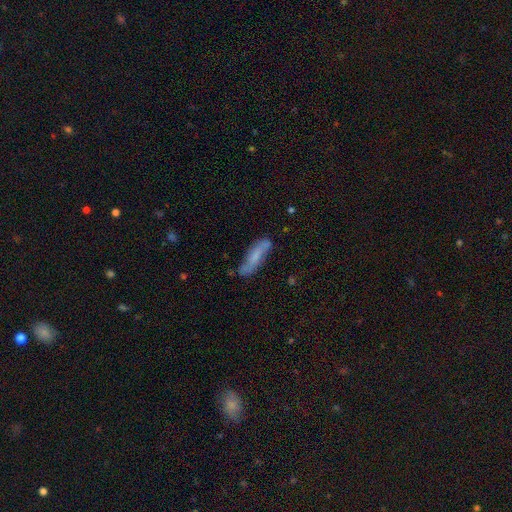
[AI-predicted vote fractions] Smooth or featured? Predicted: smooth (p=0.56). How rounded? Predicted: cigar-shaped (p=0.66). Merging? Predicted: none (p=0.69).